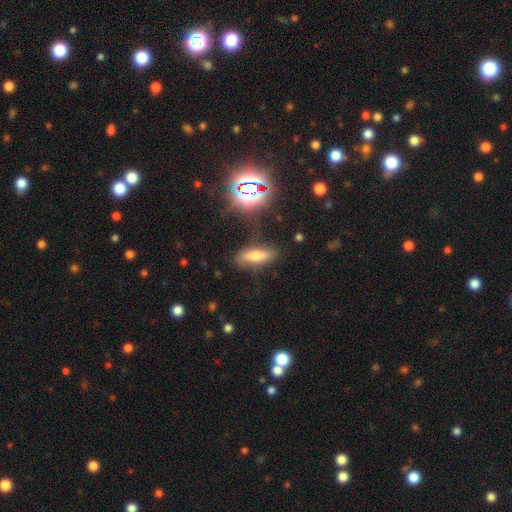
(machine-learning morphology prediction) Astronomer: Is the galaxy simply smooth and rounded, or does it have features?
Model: smooth — 56%.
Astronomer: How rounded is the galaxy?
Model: in between — 51% (runner-up: cigar-shaped, 45%).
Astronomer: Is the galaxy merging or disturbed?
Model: none — 76%.